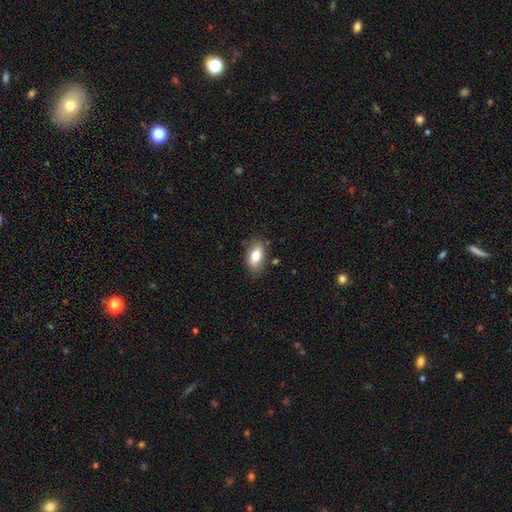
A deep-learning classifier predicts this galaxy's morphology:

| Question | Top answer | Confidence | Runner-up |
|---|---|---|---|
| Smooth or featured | smooth | 77% | featured or disk (16%) |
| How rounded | in between | 90% | round (6%) |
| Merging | none | 81% | minor disturbance (14%) |